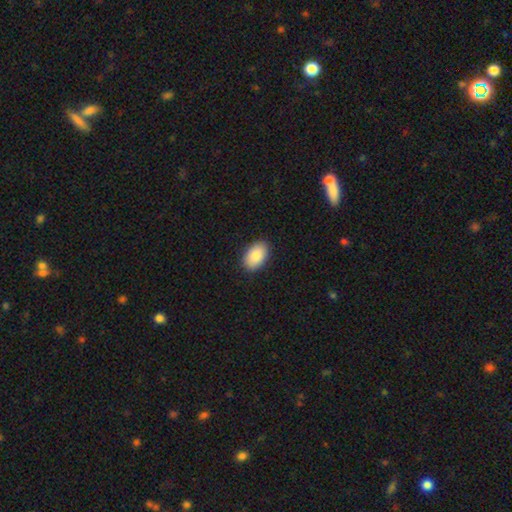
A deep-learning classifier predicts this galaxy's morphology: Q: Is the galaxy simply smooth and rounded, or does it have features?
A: smooth — 88%.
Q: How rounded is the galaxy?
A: in between — 93%.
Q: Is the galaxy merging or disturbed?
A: none — 89%.